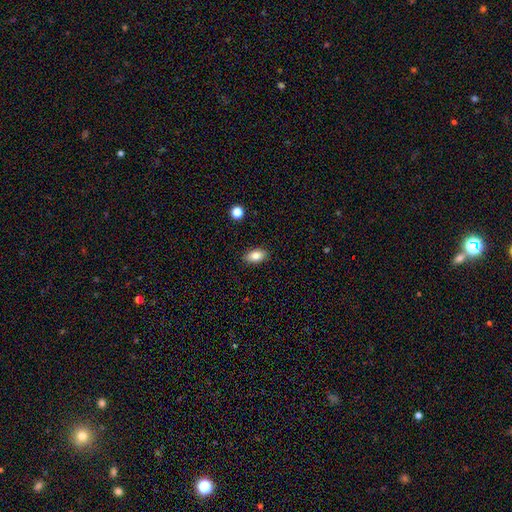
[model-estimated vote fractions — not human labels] Smooth or featured?
  - smooth: 84% *
  - star or artifact: 8%
  - featured or disk: 7%
How rounded?
  - in between: 91% *
  - round: 7%
  - cigar-shaped: 3%
Merging?
  - none: 88% *
  - minor disturbance: 9%
  - major disturbance: 2%
  - merger: 1%